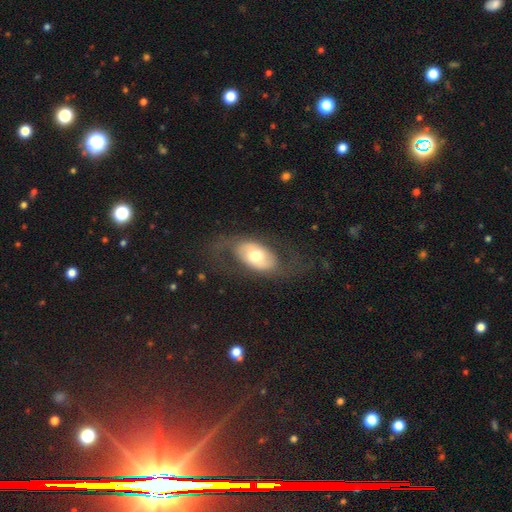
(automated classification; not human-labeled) Smooth or featured: featured or disk — 56% (smooth — 38%)
Edge-on disk: no — 90% (yes — 10%)
Bar: no — 66% (weak — 21%)
Spiral arms: yes — 57% (no — 43%)
Bulge size: moderate — 66% (large — 19%)
Merging: none — 66% (major disturbance — 17%)